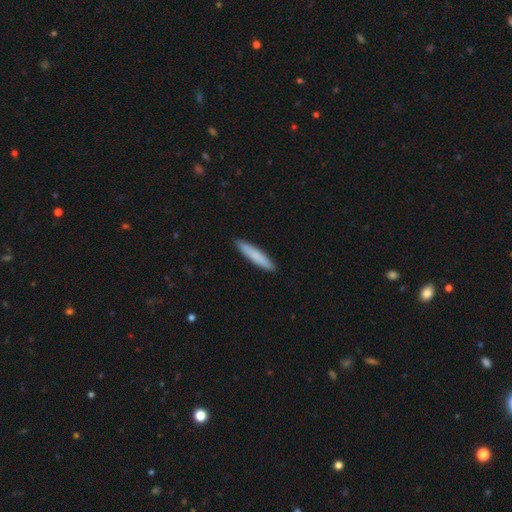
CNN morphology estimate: Q: Smooth or featured?
A: smooth (81%); runner-up: featured or disk (13%)
Q: How rounded?
A: cigar-shaped (91%); runner-up: in between (8%)
Q: Merging?
A: none (91%); runner-up: minor disturbance (7%)